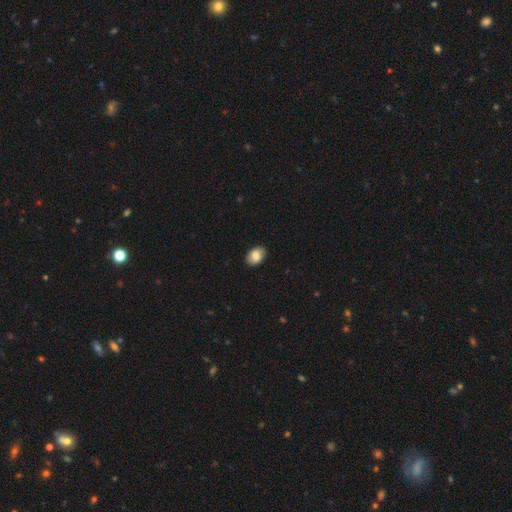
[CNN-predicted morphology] Smooth or featured?
  - smooth: 82% *
  - featured or disk: 11%
  - star or artifact: 7%
How rounded?
  - in between: 83% *
  - round: 16%
  - cigar-shaped: 1%
Merging?
  - none: 88% *
  - minor disturbance: 9%
  - major disturbance: 2%
  - merger: 1%